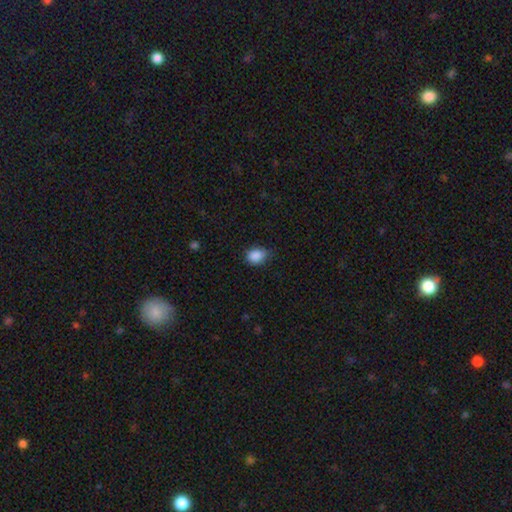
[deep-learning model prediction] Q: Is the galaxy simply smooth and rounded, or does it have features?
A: smooth — 88%.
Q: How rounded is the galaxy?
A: in between — 64%.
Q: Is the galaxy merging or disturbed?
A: none — 65%.